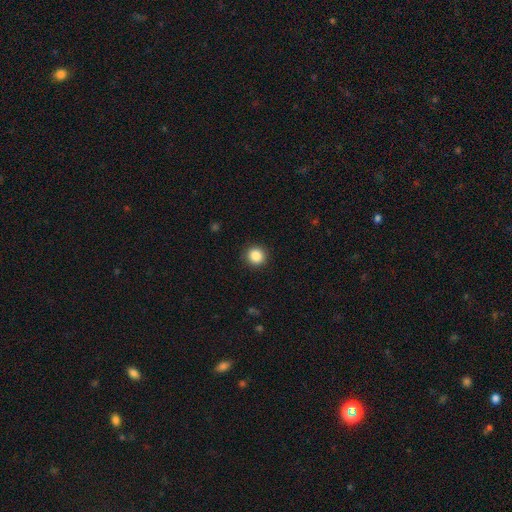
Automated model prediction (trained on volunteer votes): Smooth or featured? smooth (87%)
How rounded? round (94%)
Merging? none (92%)